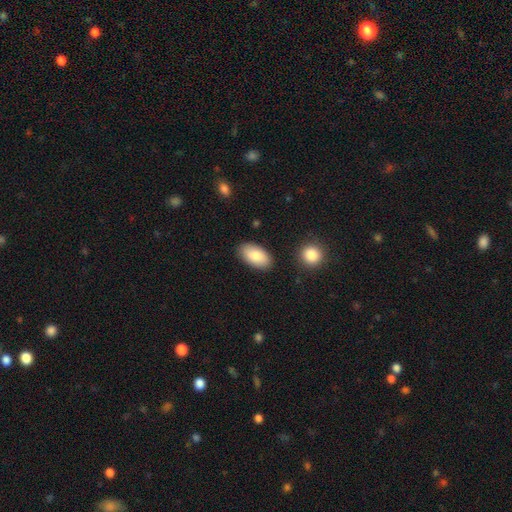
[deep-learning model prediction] Morphology: type=smooth (83%); roundness=in between (95%); merging=none (86%).